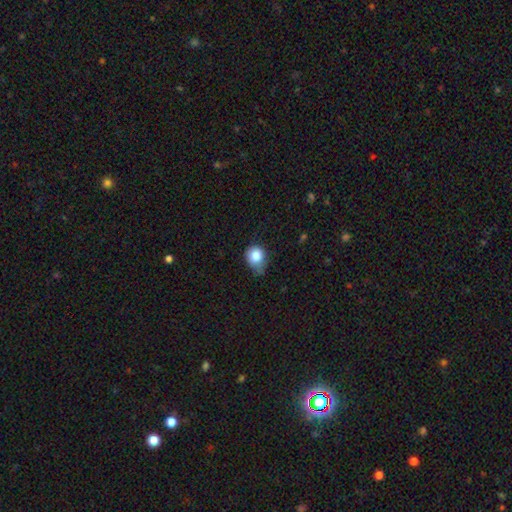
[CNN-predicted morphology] type=smooth (83%); roundness=round (70%); merging=minor disturbance (45%).